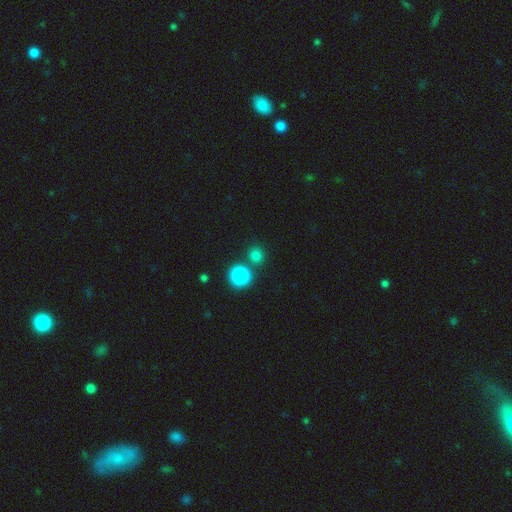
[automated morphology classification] Smooth or featured?
  - smooth: 74% *
  - star or artifact: 21%
  - featured or disk: 5%
How rounded?
  - round: 88% *
  - in between: 11%
  - cigar-shaped: 1%
Merging?
  - none: 80% *
  - merger: 10%
  - minor disturbance: 7%
  - major disturbance: 3%